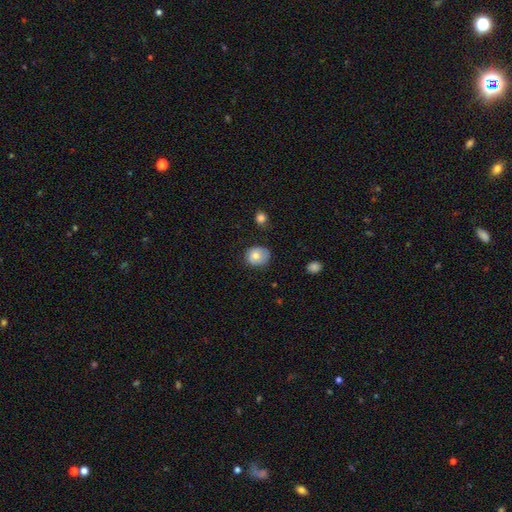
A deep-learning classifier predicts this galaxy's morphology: The model was most divided on "how rounded": round: 69%, in between: 30%, cigar-shaped: 1%. More confident: smooth or featured — smooth (77%); merging — none (68%).